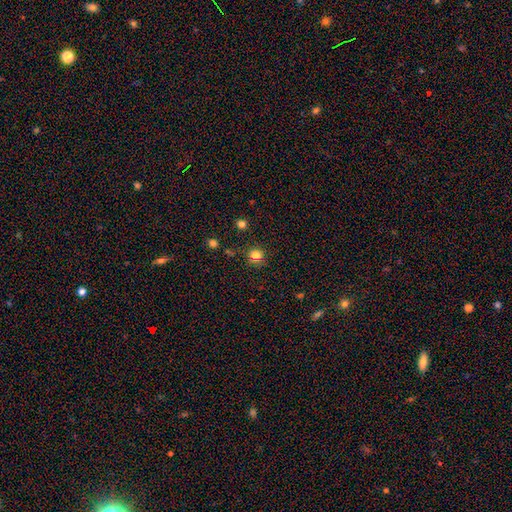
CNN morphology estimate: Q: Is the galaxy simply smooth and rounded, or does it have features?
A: smooth — 79%.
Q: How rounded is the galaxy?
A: round — 90%.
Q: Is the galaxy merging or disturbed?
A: none — 86%.